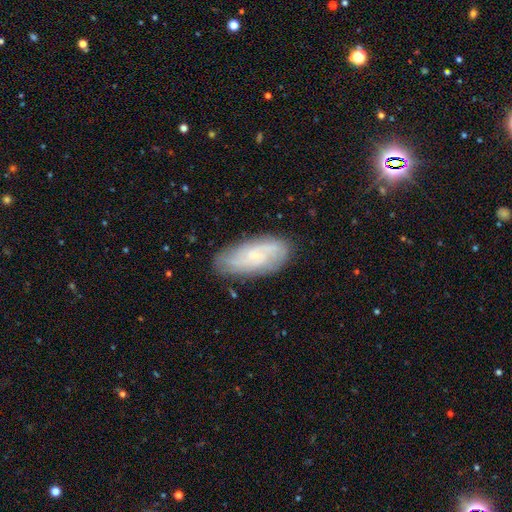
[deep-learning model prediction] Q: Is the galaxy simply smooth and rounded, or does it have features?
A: featured or disk — 60%.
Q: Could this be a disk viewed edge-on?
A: no — 91%.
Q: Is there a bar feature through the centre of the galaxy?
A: no — 67%.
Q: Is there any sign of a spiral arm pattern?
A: yes — 89%.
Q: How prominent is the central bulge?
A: small — 72%.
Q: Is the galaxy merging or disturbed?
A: none — 80%.